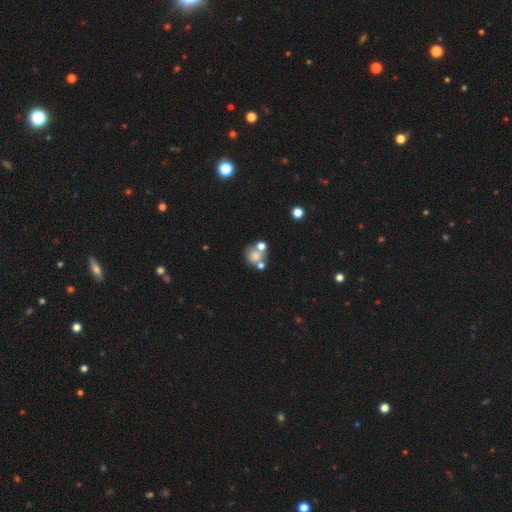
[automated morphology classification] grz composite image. It shows a smooth galaxy with no disk features (63%) that is round (75%). Merging: merger (44%).